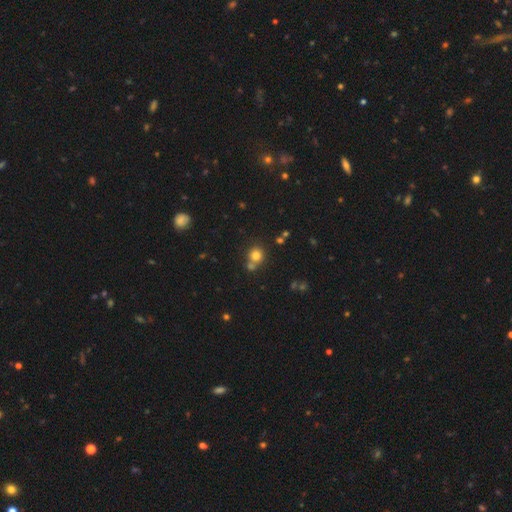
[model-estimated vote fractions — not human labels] smooth 78%, star or artifact 14%, featured or disk 8%. Down the decision tree: how rounded — round (88%); merging — none (63%).